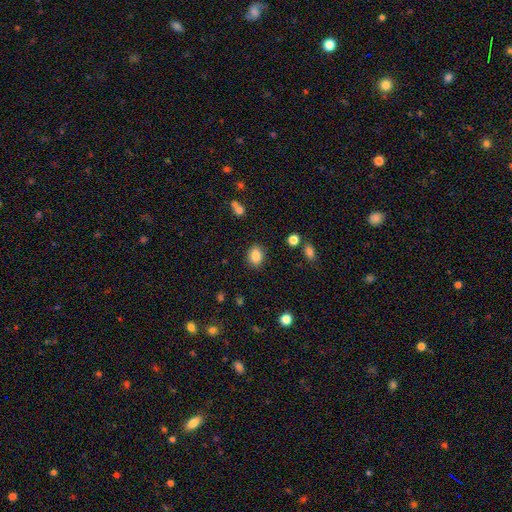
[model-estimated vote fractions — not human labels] smooth 85%, star or artifact 9%, featured or disk 5%. Down the decision tree: how rounded — in between (59%); merging — none (86%).